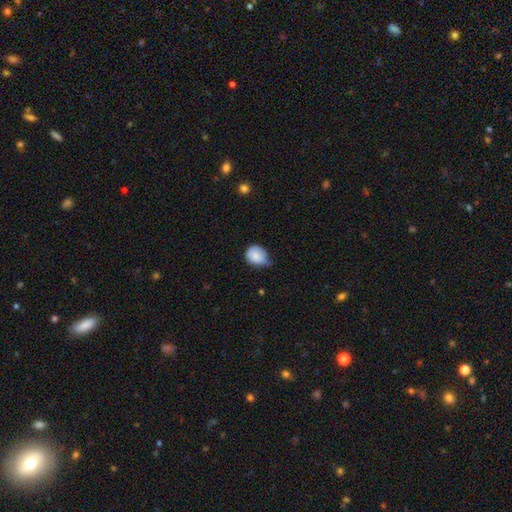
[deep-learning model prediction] smooth-or-featured: smooth: 82% | featured or disk: 10% | star or artifact: 8%
  how-rounded: round: 63% | in between: 36% | cigar-shaped: 1%
  merging: minor disturbance: 54% | none: 30% | major disturbance: 14% | merger: 3%